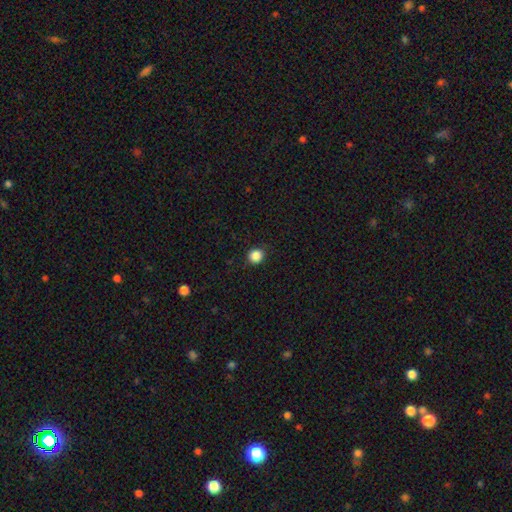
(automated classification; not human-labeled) The model was most divided on "smooth or featured": smooth: 86%, star or artifact: 11%, featured or disk: 3%. More confident: how rounded — round (92%); merging — none (90%).